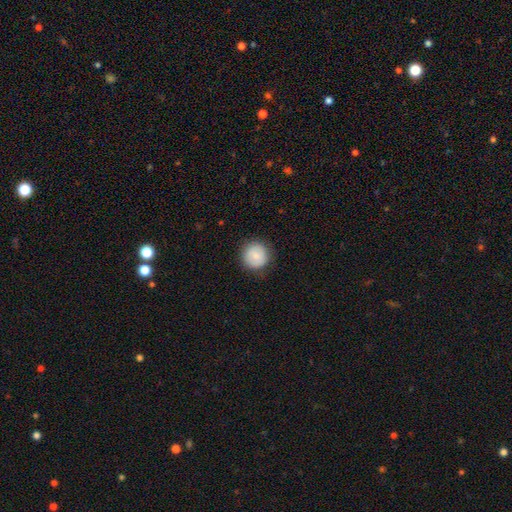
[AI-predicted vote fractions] Smooth or featured? smooth (83%)
How rounded? round (93%)
Merging? none (86%)